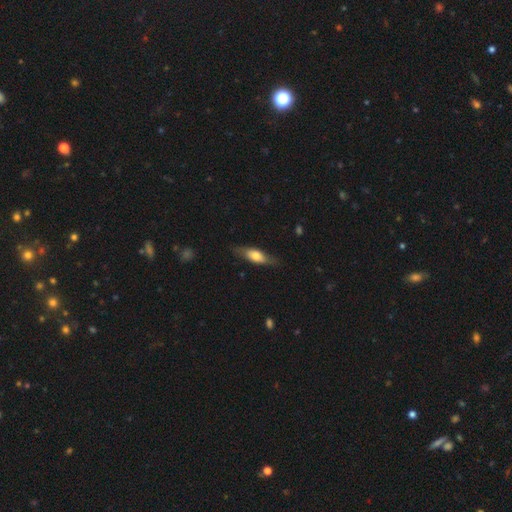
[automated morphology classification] type=smooth (60%); roundness=in between (57%); merging=none (76%).